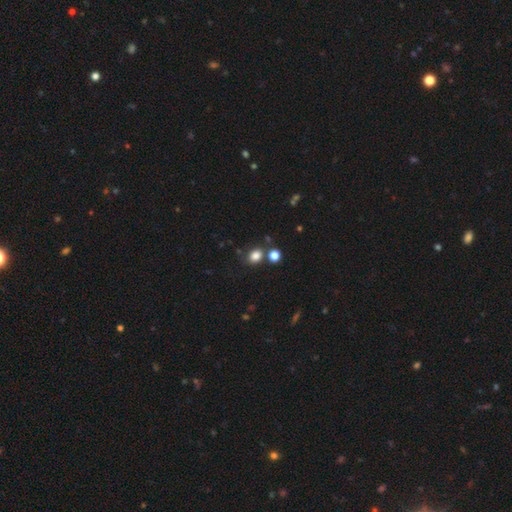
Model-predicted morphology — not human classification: Smooth or featured: smooth — 82% (star or artifact — 13%)
How rounded: in between — 51% (round — 48%)
Merging: none — 70% (merger — 14%)